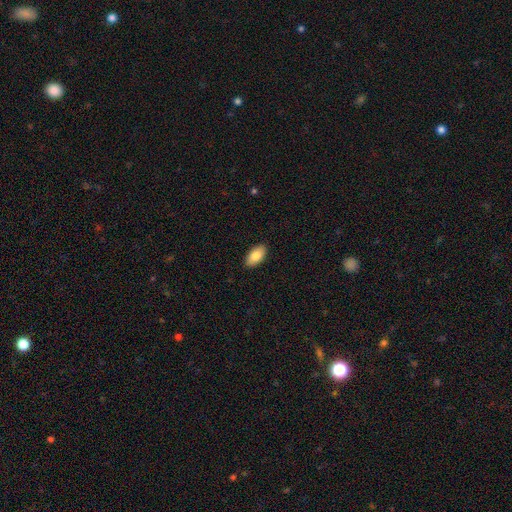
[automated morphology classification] Smooth or featured? smooth (85%)
How rounded? in between (94%)
Merging? none (90%)